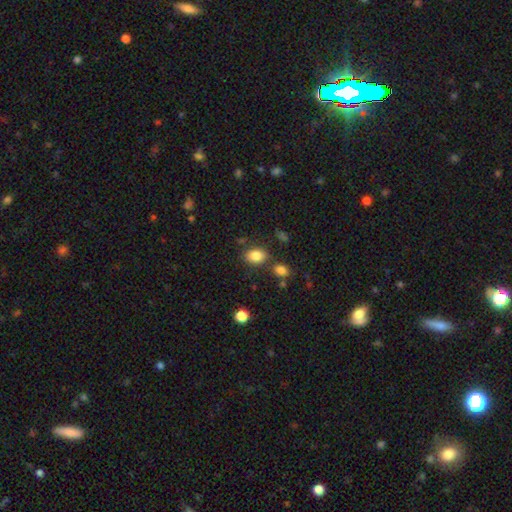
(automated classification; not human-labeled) smooth-or-featured: smooth: 84% | star or artifact: 9% | featured or disk: 7%
  how-rounded: in between: 74% | round: 25% | cigar-shaped: 1%
  merging: none: 76% | minor disturbance: 12% | merger: 8% | major disturbance: 4%